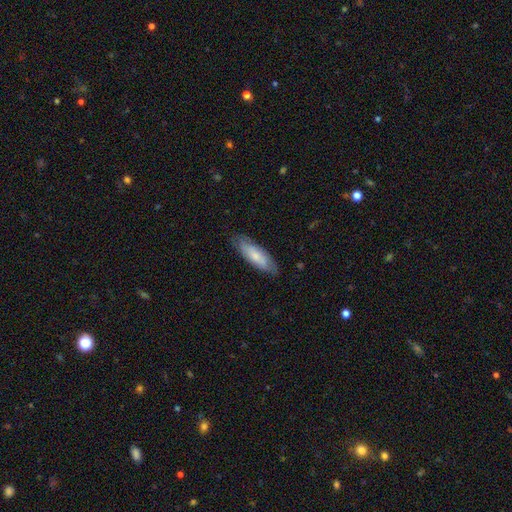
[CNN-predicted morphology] Smooth or featured?
  - smooth: 66% *
  - featured or disk: 29%
  - star or artifact: 6%
How rounded?
  - in between: 52% *
  - cigar-shaped: 46%
  - round: 2%
Merging?
  - none: 80% *
  - minor disturbance: 16%
  - major disturbance: 3%
  - merger: 1%